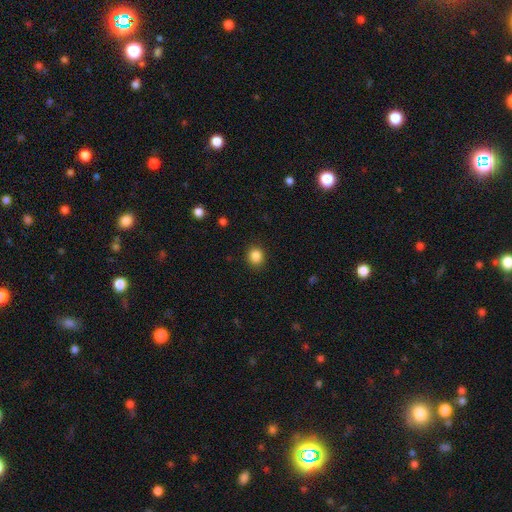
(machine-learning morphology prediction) Smooth or featured? smooth (86%)
How rounded? round (78%)
Merging? none (89%)